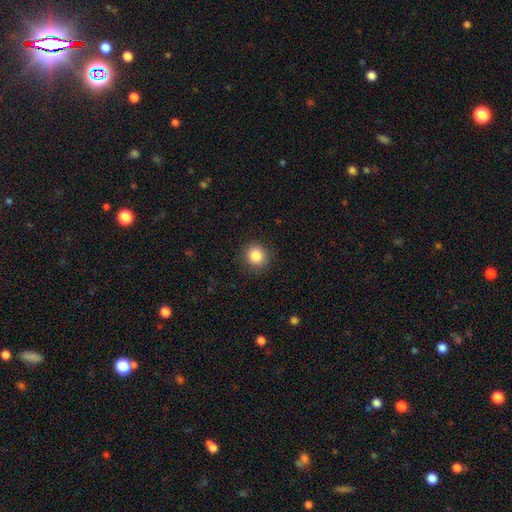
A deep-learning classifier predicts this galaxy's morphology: smooth_or_featured: smooth (p=0.85) [alt: star or artifact p=0.10]
how_rounded: round (p=0.92) [alt: in between p=0.07]
merging: none (p=0.89) [alt: minor disturbance p=0.07]